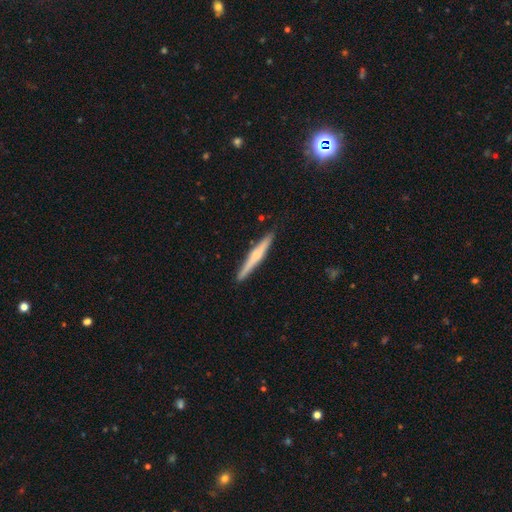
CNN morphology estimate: Overall: featured or disk (53%; smooth 42%). Edge-on disk: yes (98%). Edge-on bulge: rounded (55%; none 31%). Merging: none (90%).